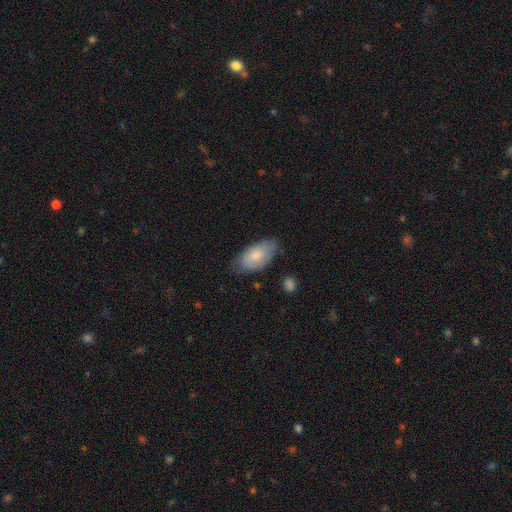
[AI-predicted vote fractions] smooth 77%, featured or disk 17%, star or artifact 6%. Down the decision tree: how rounded — in between (94%); merging — none (65%).